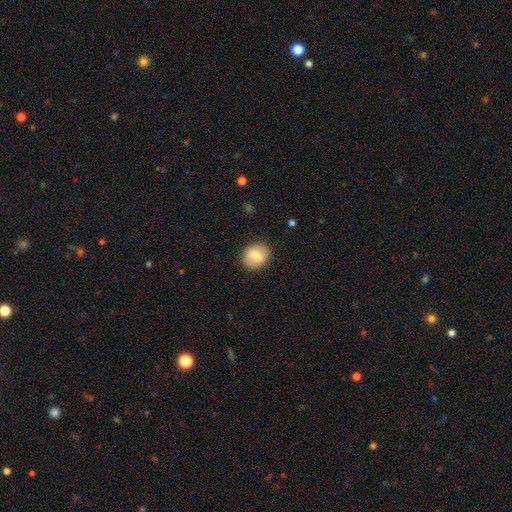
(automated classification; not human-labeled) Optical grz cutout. It shows a smooth galaxy with no disk features (71%) that is round (72%). Merging: none (85%).